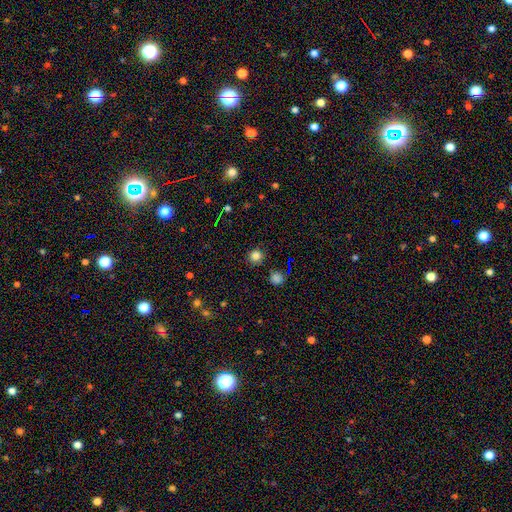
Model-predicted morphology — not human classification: smooth_or_featured: smooth (p=0.81) [alt: star or artifact p=0.15]
how_rounded: round (p=0.94) [alt: in between p=0.05]
merging: none (p=0.88) [alt: minor disturbance p=0.07]